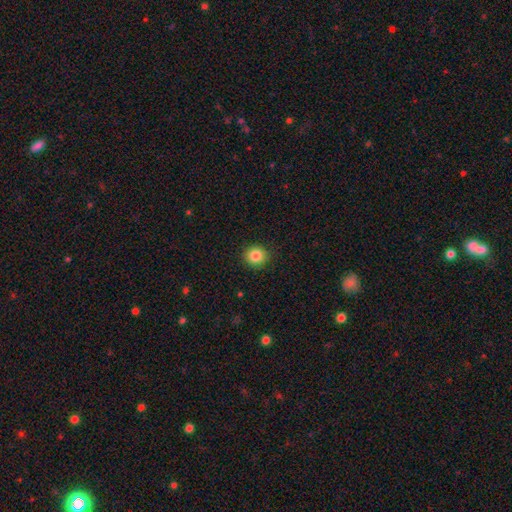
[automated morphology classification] smooth-or-featured: smooth: 85% | star or artifact: 10% | featured or disk: 5%
  how-rounded: round: 90% | in between: 9% | cigar-shaped: 1%
  merging: none: 91% | minor disturbance: 7% | major disturbance: 2% | merger: 1%